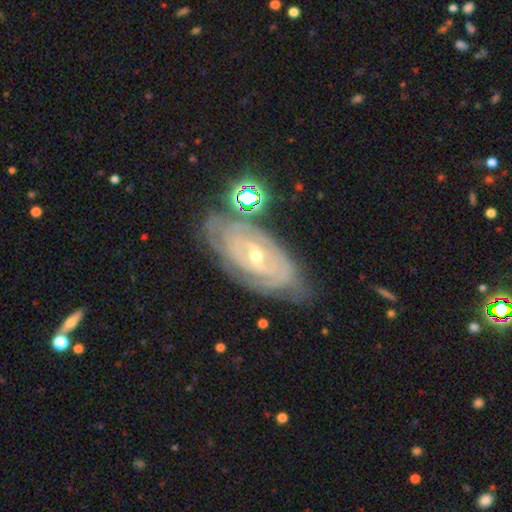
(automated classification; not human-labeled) Smooth or featured: featured or disk — 85% (smooth — 8%)
Edge-on disk: no — 92% (yes — 8%)
Bar: no — 46% (weak — 37%)
Spiral arms: yes — 92% (no — 8%)
Spiral winding: tight — 82% (medium — 14%)
Spiral arm count: can't tell — 45% (2 — 21%)
Bulge size: small — 61% (moderate — 36%)
Merging: none — 72% (minor disturbance — 18%)